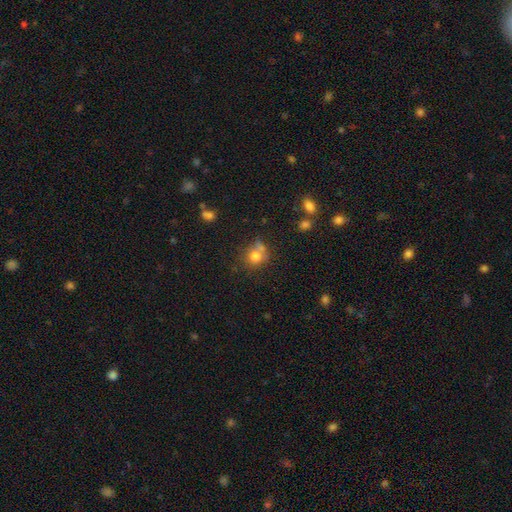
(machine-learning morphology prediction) Overall: smooth (76%). How rounded: round (79%). Merging: none (49%; merger 27%).